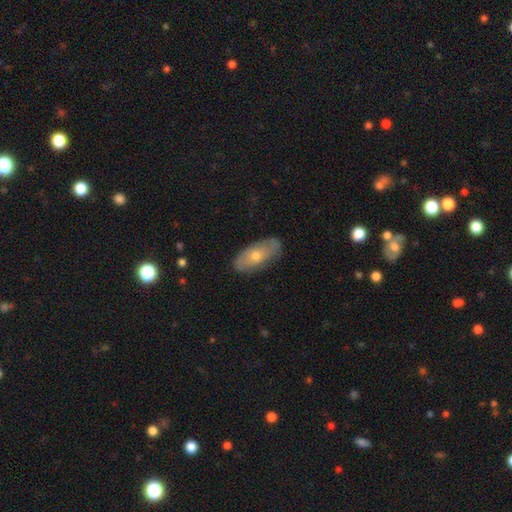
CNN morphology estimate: smooth 56%, featured or disk 37%, star or artifact 7%. Down the decision tree: how rounded — in between (85%); merging — none (83%).